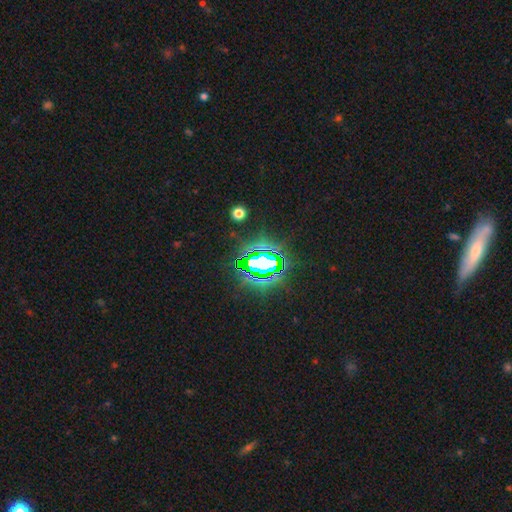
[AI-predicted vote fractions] Q: Smooth or featured?
A: star or artifact (74%); runner-up: smooth (15%)